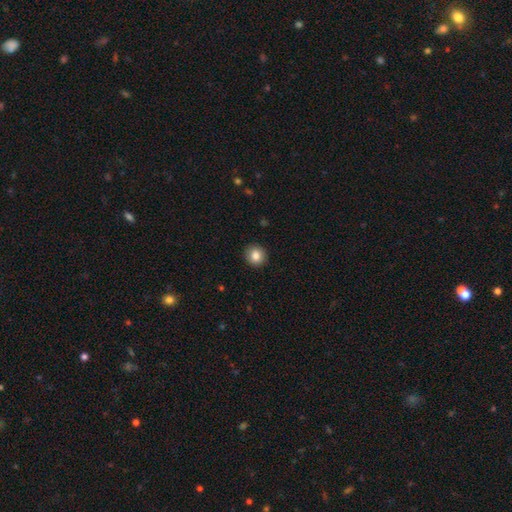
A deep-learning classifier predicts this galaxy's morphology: type=smooth (84%); roundness=round (90%); merging=none (92%).